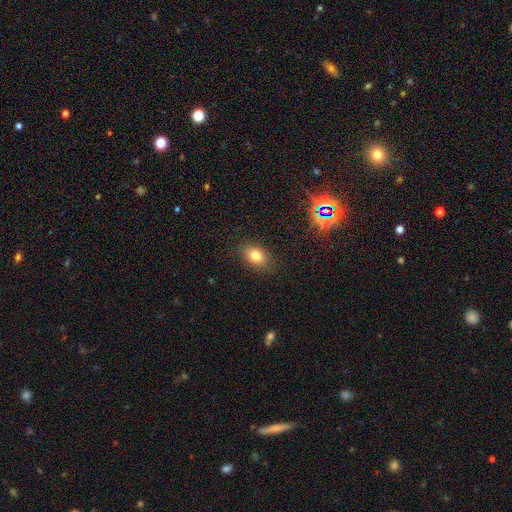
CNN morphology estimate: Smooth or featured?
  - smooth: 78% *
  - star or artifact: 12%
  - featured or disk: 10%
How rounded?
  - in between: 75% *
  - round: 24%
  - cigar-shaped: 2%
Merging?
  - none: 86% *
  - minor disturbance: 10%
  - major disturbance: 3%
  - merger: 1%